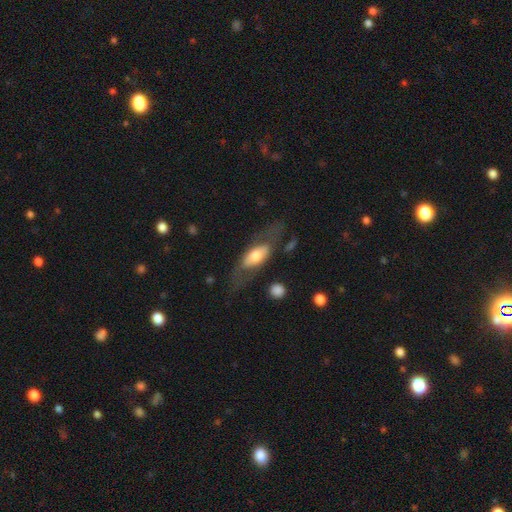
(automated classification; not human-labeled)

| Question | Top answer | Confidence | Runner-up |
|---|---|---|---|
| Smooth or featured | smooth | 50% | featured or disk (45%) |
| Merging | none | 58% | major disturbance (20%) |